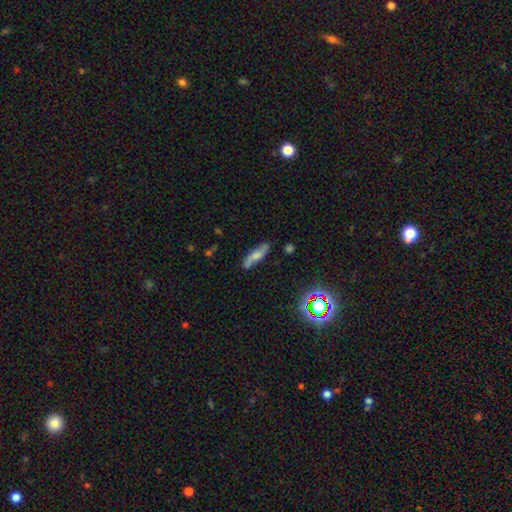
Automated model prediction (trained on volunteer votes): smooth 56%, featured or disk 35%, star or artifact 9%. Down the decision tree: how rounded — cigar-shaped (65%); merging — none (78%).